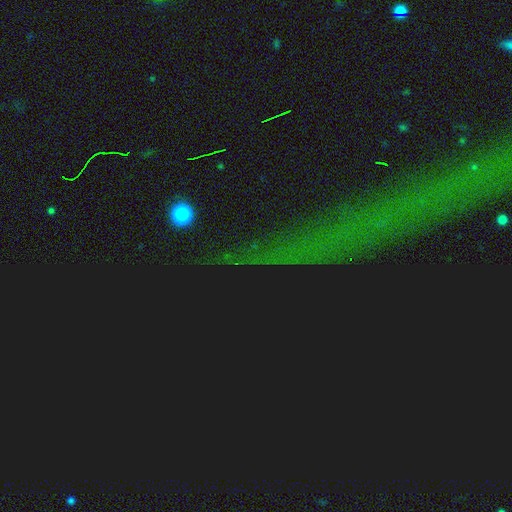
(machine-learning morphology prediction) Smooth or featured? Predicted: star or artifact (p=0.82).